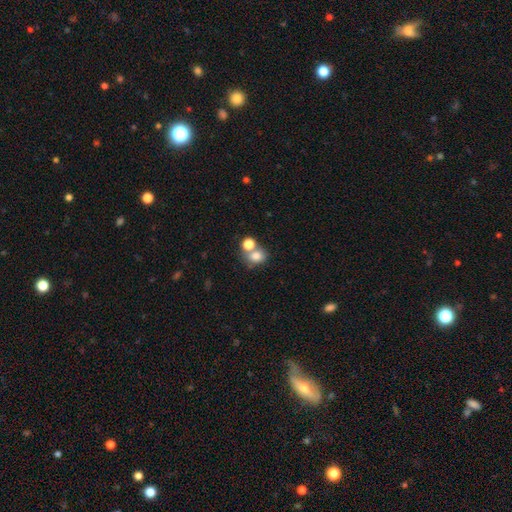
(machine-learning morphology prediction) This appears to be a smooth galaxy with no disk features (77%) that is round (54%). Merging: none (43%).